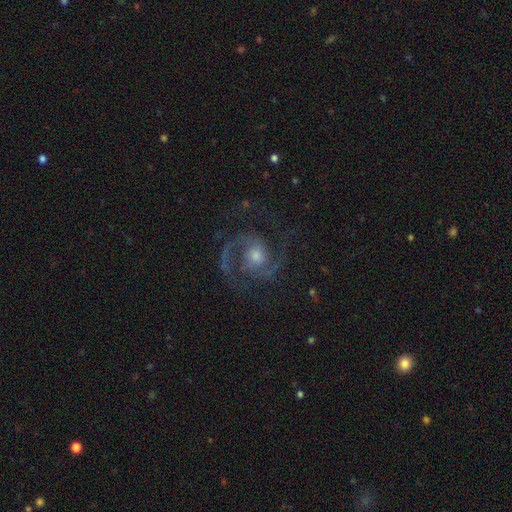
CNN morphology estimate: Smooth or featured: featured or disk — 91% (star or artifact — 5%)
Edge-on disk: no — 98% (yes — 2%)
Bar: no — 62% (weak — 31%)
Spiral arms: yes — 98% (no — 2%)
Spiral winding: medium — 60% (tight — 27%)
Spiral arm count: 2 — 88% (3 — 4%)
Bulge size: moderate — 56% (small — 32%)
Merging: none — 77% (minor disturbance — 13%)